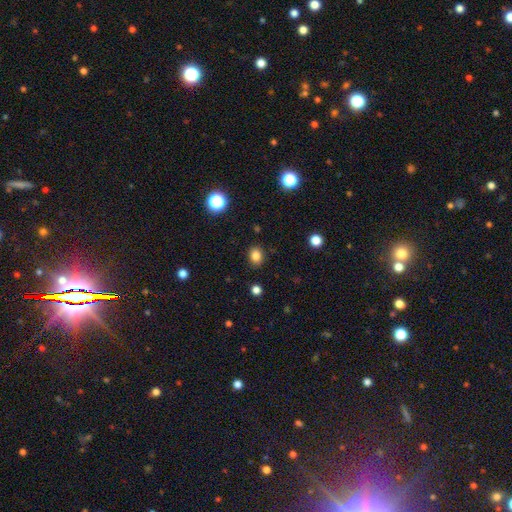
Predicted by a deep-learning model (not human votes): Morphology: type=smooth (83%); roundness=round (52%); merging=none (88%).